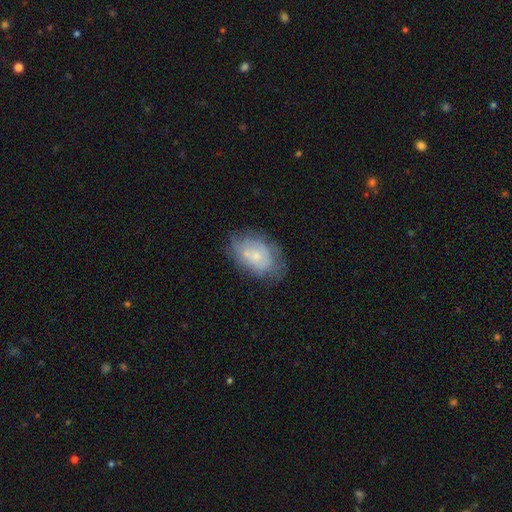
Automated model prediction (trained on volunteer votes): A featured or disk galaxy (46%). Merging: none (56%).